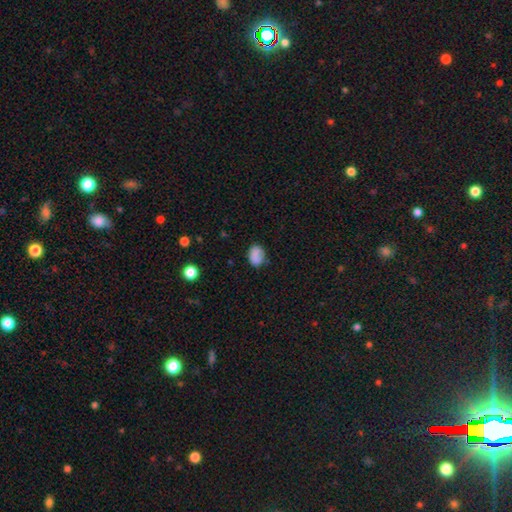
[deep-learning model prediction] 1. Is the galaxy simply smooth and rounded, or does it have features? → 84% smooth, 9% star or artifact, 7% featured or disk.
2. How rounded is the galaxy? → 73% in between, 26% round, 1% cigar-shaped.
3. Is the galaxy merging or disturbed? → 73% none, 21% minor disturbance, 5% major disturbance, 2% merger.